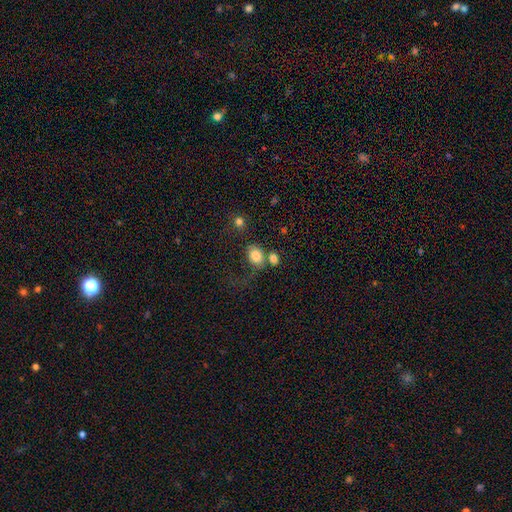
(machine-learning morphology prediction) Smooth or featured? smooth (81%)
How rounded? in between (53%)
Merging? none (39%)